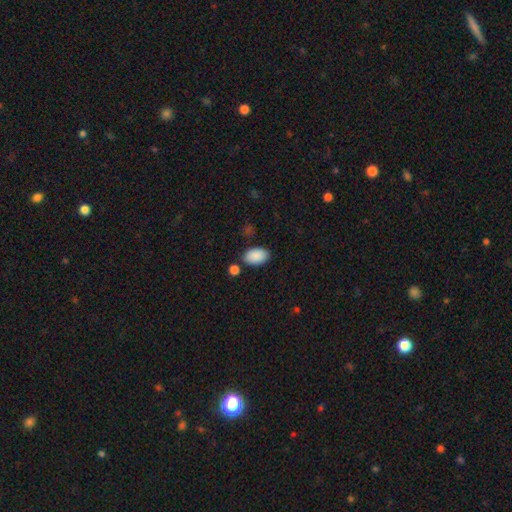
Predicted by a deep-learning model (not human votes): smooth-or-featured: smooth: 90% | star or artifact: 7% | featured or disk: 3%
  how-rounded: in between: 94% | round: 5% | cigar-shaped: 1%
  merging: none: 80% | minor disturbance: 11% | merger: 6% | major disturbance: 3%